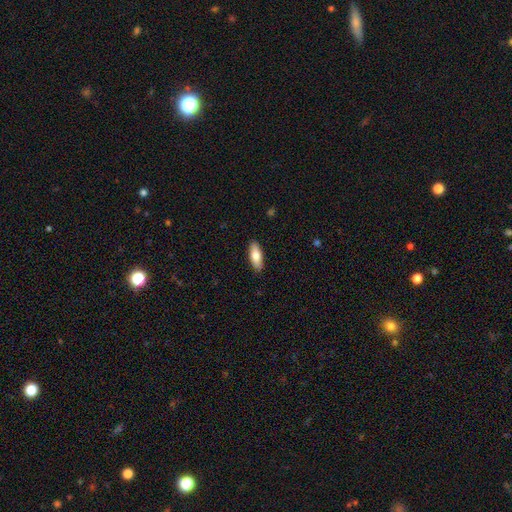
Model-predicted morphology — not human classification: This appears to be a smooth galaxy with no disk features (77%) that is in between round and cigar-shaped (72%). Merging: none (89%).